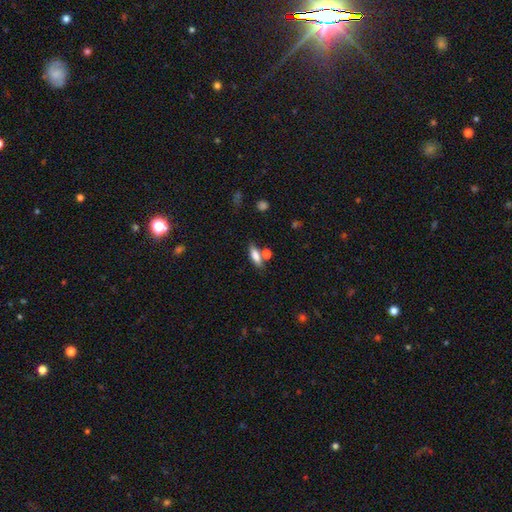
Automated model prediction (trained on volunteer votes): This appears to be a smooth galaxy with no disk features (75%) that is in between round and cigar-shaped (55%). Merging: none (61%).